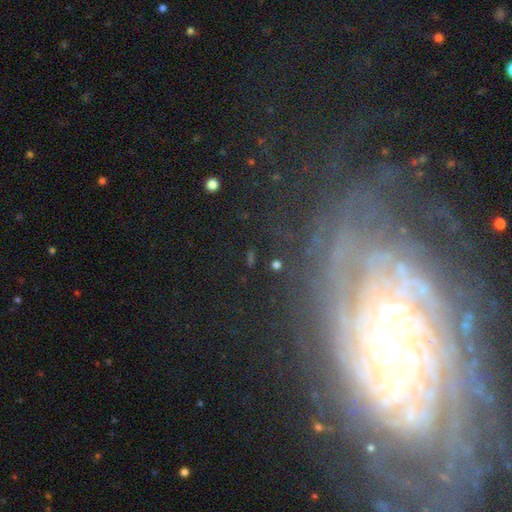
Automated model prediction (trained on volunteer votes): Smooth or featured?
  - featured or disk: 80% *
  - star or artifact: 12%
  - smooth: 8%
Edge-on disk?
  - no: 95% *
  - yes: 5%
Bar?
  - no: 57% *
  - weak: 28%
  - strong: 15%
Spiral arms?
  - yes: 95% *
  - no: 5%
Spiral winding?
  - tight: 77% *
  - medium: 18%
  - loose: 5%
Spiral arm count?
  - can't tell: 33% *
  - more than 4: 19%
  - 4: 14%
  - 2: 13%
  - 3: 12%
  - 1: 9%
Bulge size?
  - small: 71% *
  - moderate: 22%
  - large: 3%
  - none: 3%
  - dominant: 2%
Merging?
  - none: 73% *
  - minor disturbance: 14%
  - major disturbance: 10%
  - merger: 2%